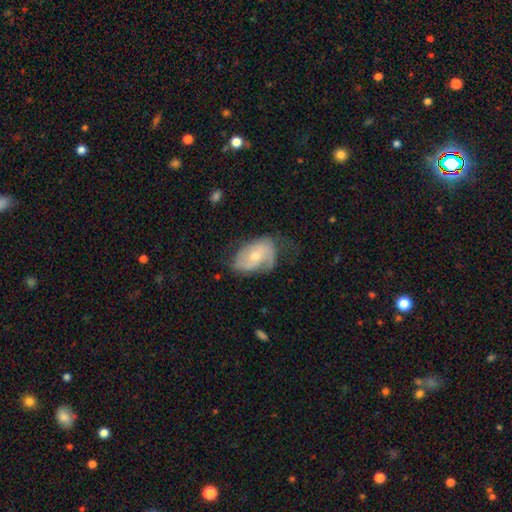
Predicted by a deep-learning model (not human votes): This is likely a featured or disk galaxy (65%). It is clearly not viewed edge-on (96%). Bar: likely no (65%). Spiral arm pattern: clearly yes (83%). Spiral arm count: possibly 2 (53%). Spiral winding: marginally medium (41%). Central bulge: possibly moderate (53%). Merging: possibly none (47%).